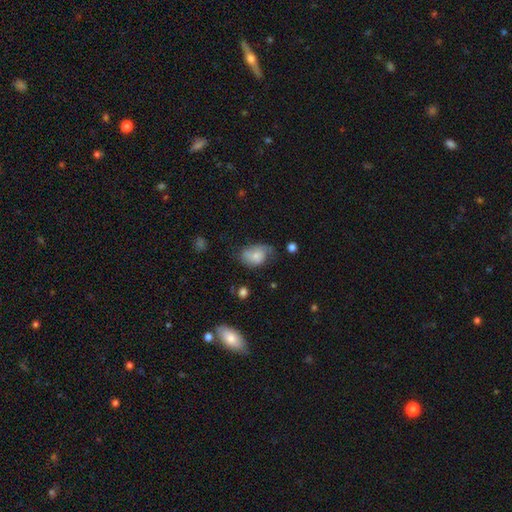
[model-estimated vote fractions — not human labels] A smooth galaxy with no disk features (63%) that is in between round and cigar-shaped (75%). Merging: none (40%).